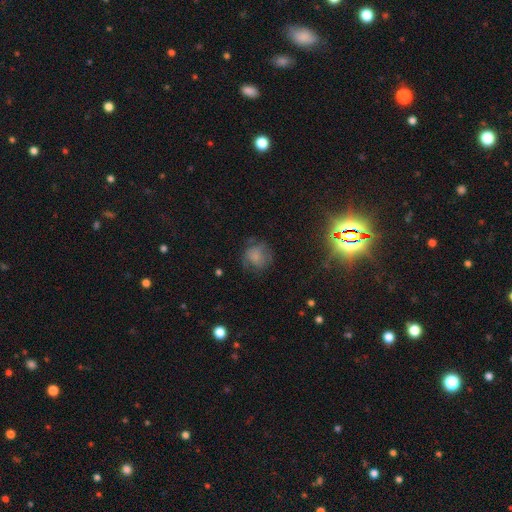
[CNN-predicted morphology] A smooth galaxy with no disk features (58%) that is round (80%).

Vote fractions:
- Smooth or featured? smooth: 58% / featured or disk: 29% / star or artifact: 13%
- How rounded? round: 80% / in between: 19% / cigar-shaped: 1%
- Merging? none: 57% / minor disturbance: 24% / major disturbance: 17% / merger: 2%